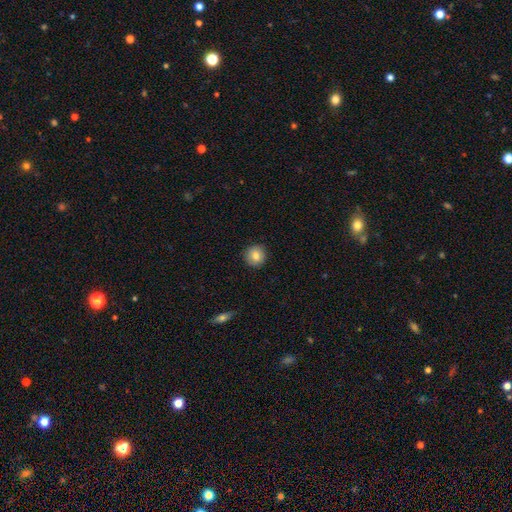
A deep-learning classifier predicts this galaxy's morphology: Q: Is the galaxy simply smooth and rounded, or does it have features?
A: smooth — 83%.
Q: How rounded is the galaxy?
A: round — 94%.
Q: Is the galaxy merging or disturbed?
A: none — 91%.